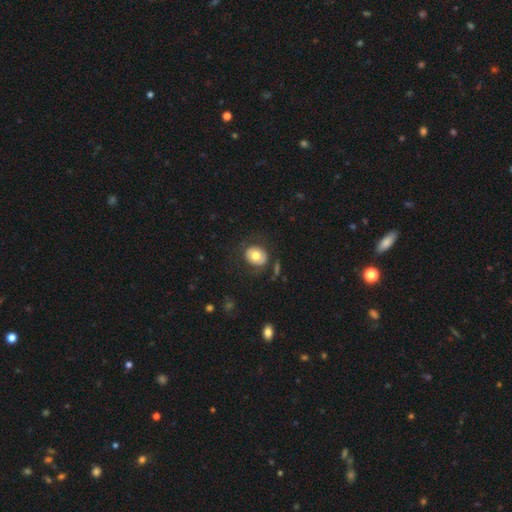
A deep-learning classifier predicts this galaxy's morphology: Q: Smooth or featured?
A: smooth (66%); runner-up: featured or disk (27%)
Q: How rounded?
A: round (67%); runner-up: in between (32%)
Q: Merging?
A: none (74%); runner-up: minor disturbance (14%)